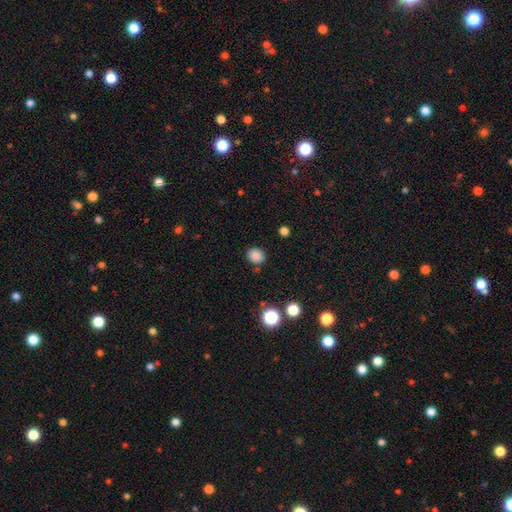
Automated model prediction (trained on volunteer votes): The model was most divided on "how rounded": round: 68%, in between: 32%, cigar-shaped: 1%. More confident: smooth or featured — smooth (84%); merging — none (83%).